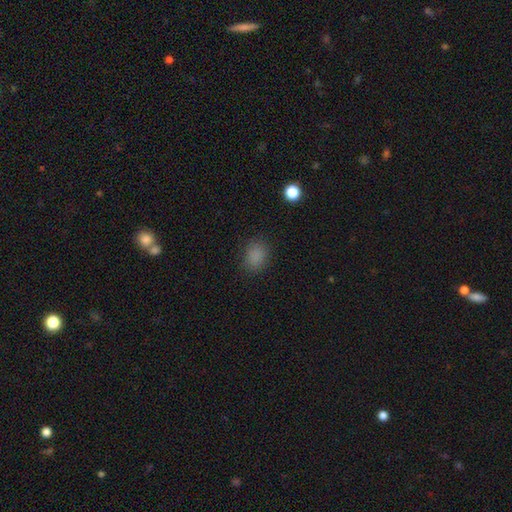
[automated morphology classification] The model was most divided on "how rounded": in between: 51%, round: 48%, cigar-shaped: 1%. More confident: merging — none (84%); smooth or featured — smooth (84%).